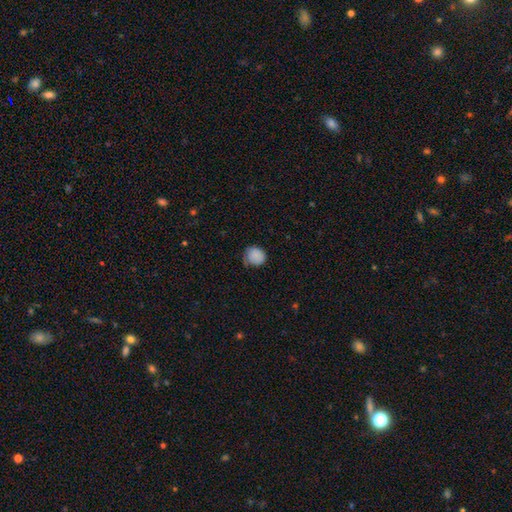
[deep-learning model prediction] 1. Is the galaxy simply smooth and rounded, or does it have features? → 84% smooth, 8% star or artifact, 7% featured or disk.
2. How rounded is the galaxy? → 80% round, 19% in between, 1% cigar-shaped.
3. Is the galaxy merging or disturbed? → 62% none, 30% minor disturbance, 7% major disturbance, 2% merger.